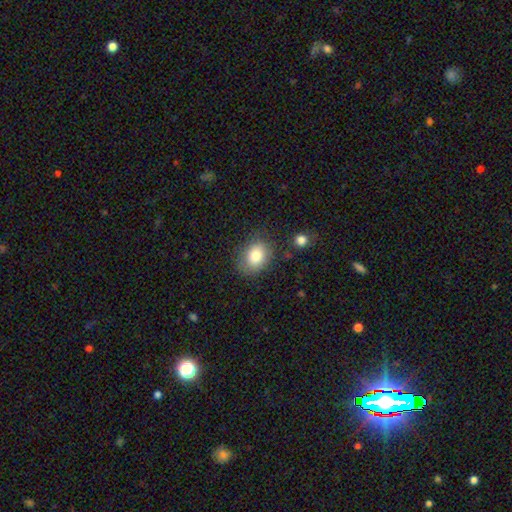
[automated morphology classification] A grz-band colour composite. It shows a smooth galaxy with no disk features (82%) that is in between round and cigar-shaped (62%). Merging: none (74%).